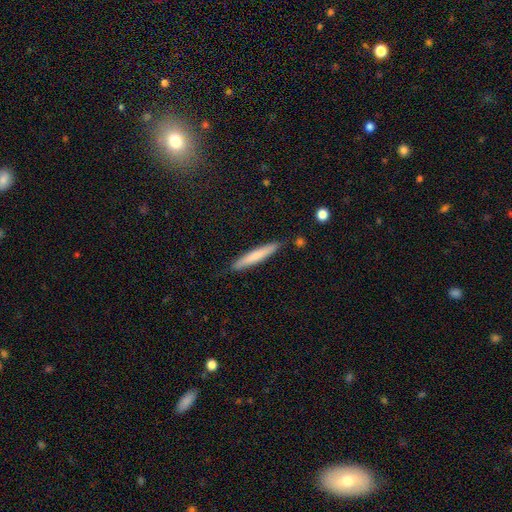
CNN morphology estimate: The model was most divided on "smooth or featured": smooth: 68%, featured or disk: 26%, star or artifact: 6%. More confident: how rounded — cigar-shaped (94%); merging — none (88%).